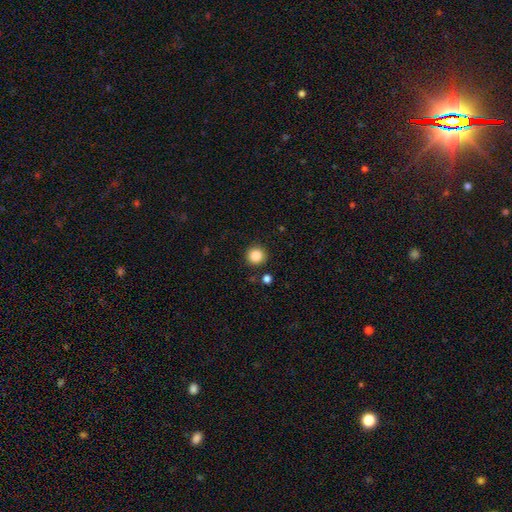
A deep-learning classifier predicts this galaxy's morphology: A smooth galaxy with no disk features (86%) that is round (95%).

Vote fractions:
- Smooth or featured? smooth: 86% / star or artifact: 10% / featured or disk: 4%
- How rounded? round: 95% / in between: 4% / cigar-shaped: 1%
- Merging? none: 90% / minor disturbance: 6% / merger: 3% / major disturbance: 2%